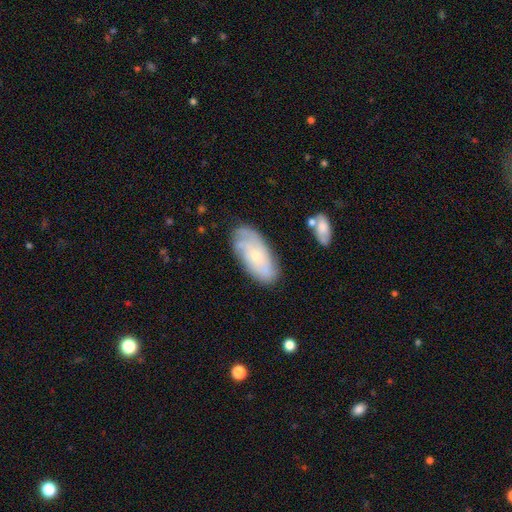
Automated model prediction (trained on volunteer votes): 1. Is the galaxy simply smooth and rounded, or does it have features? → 58% featured or disk, 35% smooth, 7% star or artifact.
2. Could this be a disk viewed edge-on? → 91% no, 9% yes.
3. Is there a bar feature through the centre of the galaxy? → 79% no, 18% weak, 3% strong.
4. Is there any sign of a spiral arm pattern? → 82% yes, 18% no.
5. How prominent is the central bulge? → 73% small, 22% moderate, 3% none, 1% large, 1% dominant.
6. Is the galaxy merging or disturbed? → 72% none, 20% minor disturbance, 5% major disturbance, 3% merger.